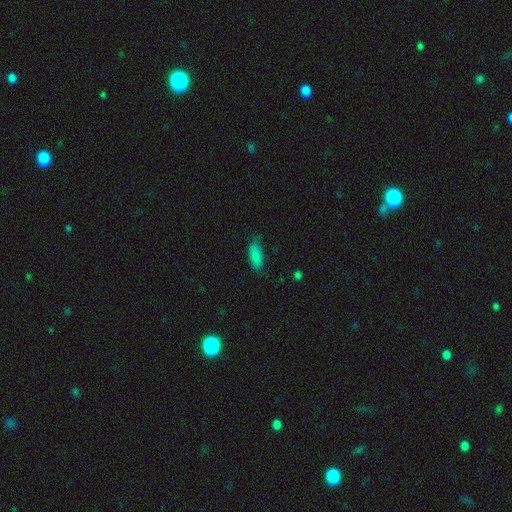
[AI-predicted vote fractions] Smooth or featured? Predicted: smooth (p=0.85). How rounded? Predicted: in between (p=0.80). Merging? Predicted: none (p=0.66).